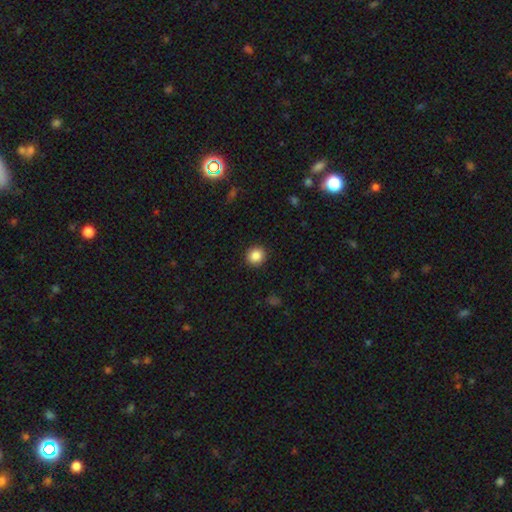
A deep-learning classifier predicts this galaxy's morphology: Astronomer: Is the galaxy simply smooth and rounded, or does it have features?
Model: smooth — 87%.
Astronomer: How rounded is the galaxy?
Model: round — 90%.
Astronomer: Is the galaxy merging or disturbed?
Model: none — 92%.